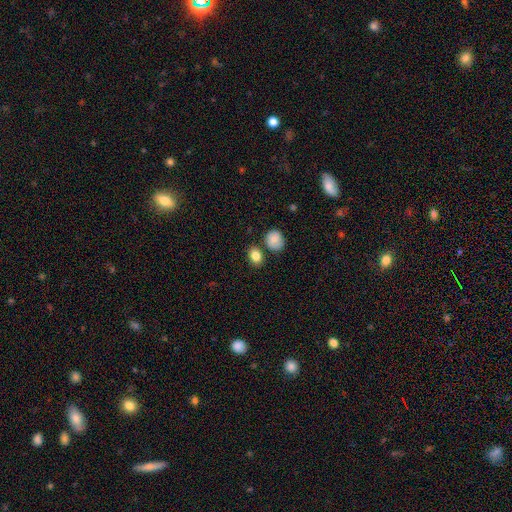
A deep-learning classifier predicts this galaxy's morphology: Smooth or featured? smooth (85%)
How rounded? in between (62%)
Merging? none (73%)